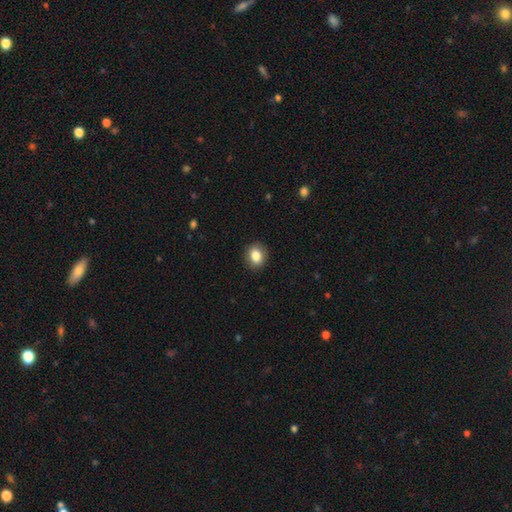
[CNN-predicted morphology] This is clearly a smooth galaxy (84%). How rounded: possibly round (55%). Merging: clearly none (89%).